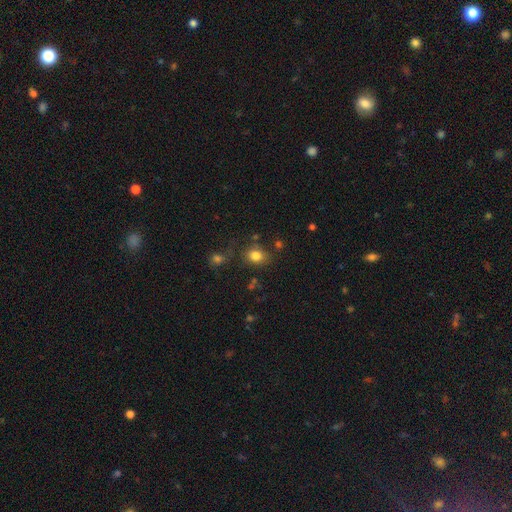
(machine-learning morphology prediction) A smooth galaxy with no disk features (80%) that is round (56%). Merging: none (71%).